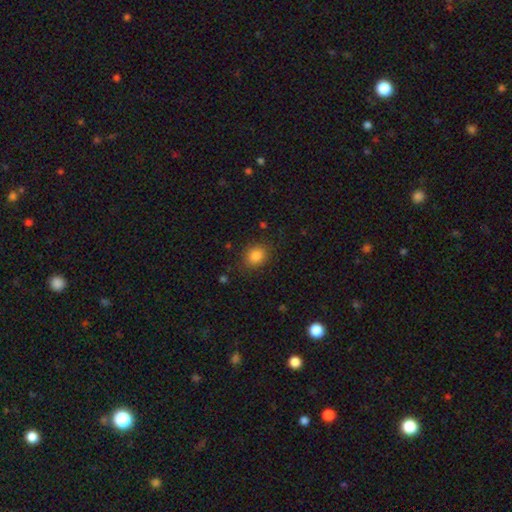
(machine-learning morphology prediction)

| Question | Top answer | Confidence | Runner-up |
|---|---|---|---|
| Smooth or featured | smooth | 85% | star or artifact (10%) |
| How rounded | round | 54% | in between (45%) |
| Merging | none | 84% | minor disturbance (11%) |